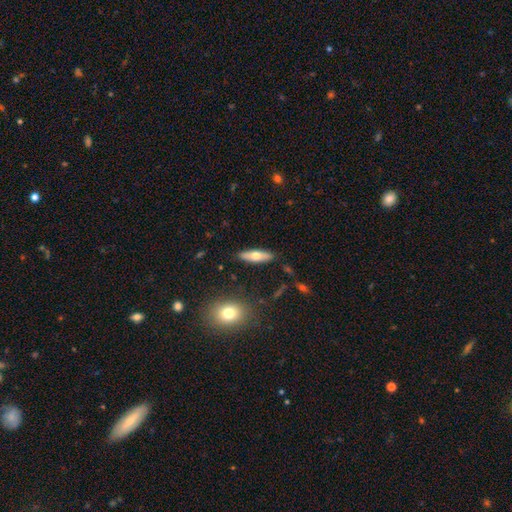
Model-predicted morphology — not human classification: This appears to be a smooth galaxy with no disk features (58%) that is cigar-shaped (52%). Merging: none (87%).